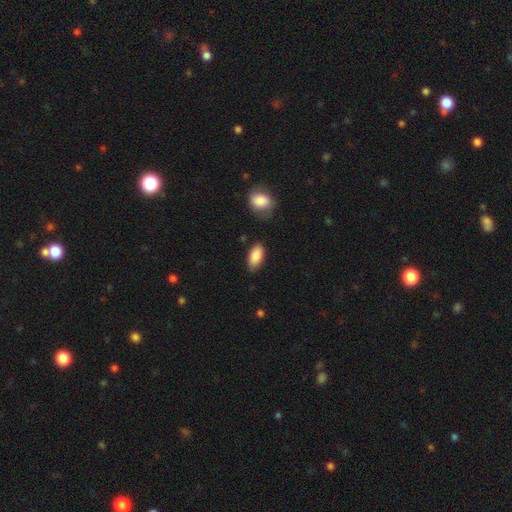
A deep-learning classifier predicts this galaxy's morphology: Overall: smooth (89%). How rounded: in between (93%). Merging: none (80%).